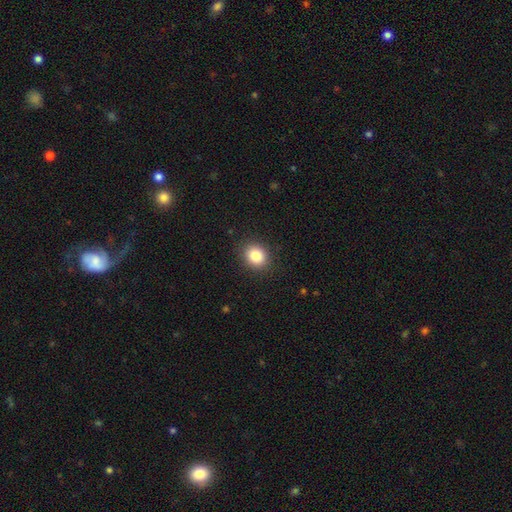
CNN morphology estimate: Overall: smooth (83%). How rounded: round (69%; in between 30%). Merging: none (89%).